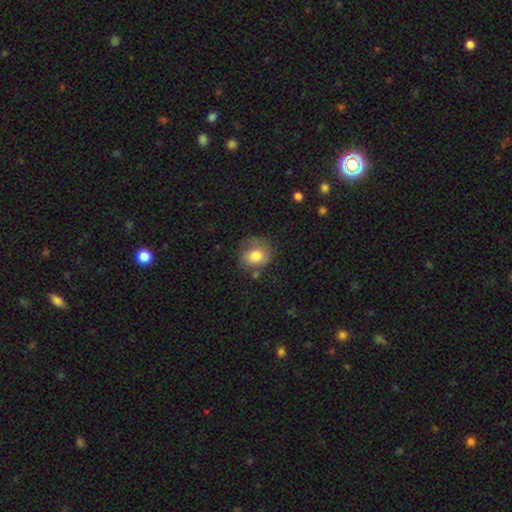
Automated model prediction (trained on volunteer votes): Smooth or featured? Predicted: smooth (p=0.77). How rounded? Predicted: round (p=0.65). Merging? Predicted: none (p=0.57).